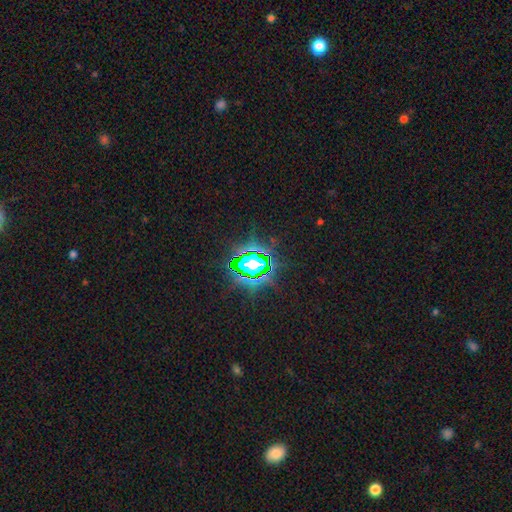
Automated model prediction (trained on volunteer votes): Morphology: type=star or artifact (82%).